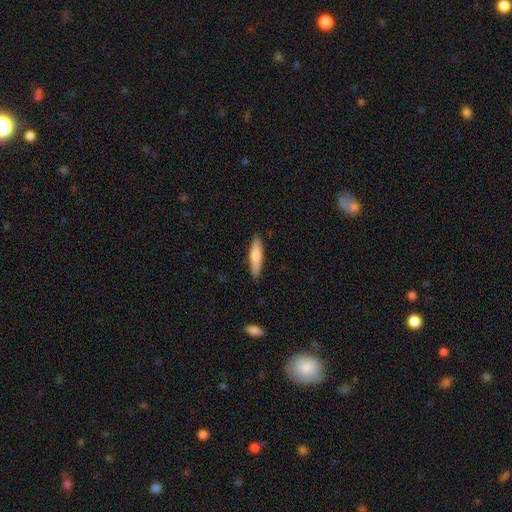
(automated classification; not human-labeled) Smooth or featured?
  - smooth: 70% *
  - featured or disk: 25%
  - star or artifact: 5%
How rounded?
  - cigar-shaped: 83% *
  - in between: 16%
  - round: 1%
Merging?
  - none: 89% *
  - minor disturbance: 8%
  - major disturbance: 2%
  - merger: 1%